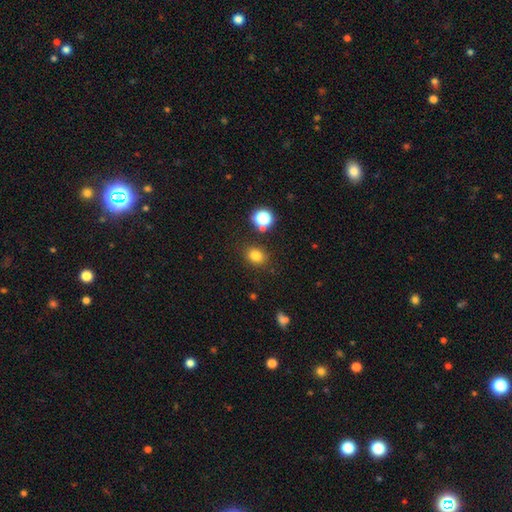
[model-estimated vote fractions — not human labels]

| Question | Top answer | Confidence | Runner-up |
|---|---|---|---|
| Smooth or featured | smooth | 79% | star or artifact (15%) |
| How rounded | round | 55% | in between (44%) |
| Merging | none | 83% | minor disturbance (10%) |